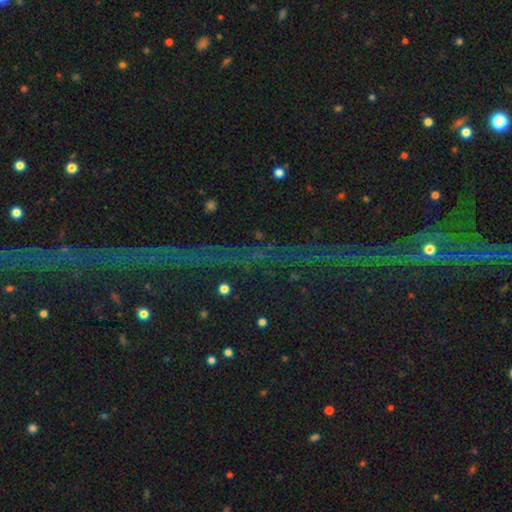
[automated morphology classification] Smooth or featured? star or artifact (78%)